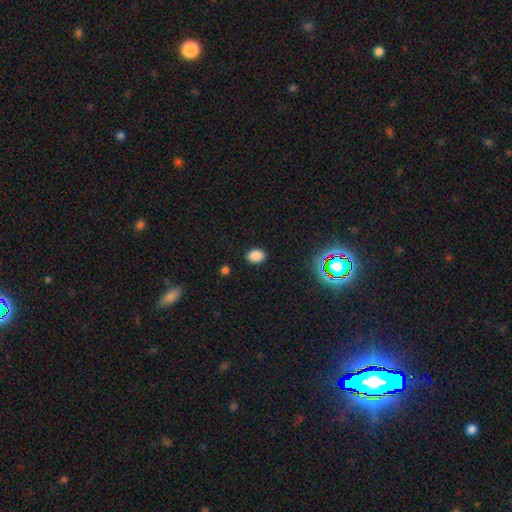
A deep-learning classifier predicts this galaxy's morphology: smooth_or_featured: smooth (p=0.84) [alt: star or artifact p=0.12]
how_rounded: in between (p=0.73) [alt: round p=0.26]
merging: none (p=0.88) [alt: minor disturbance p=0.08]